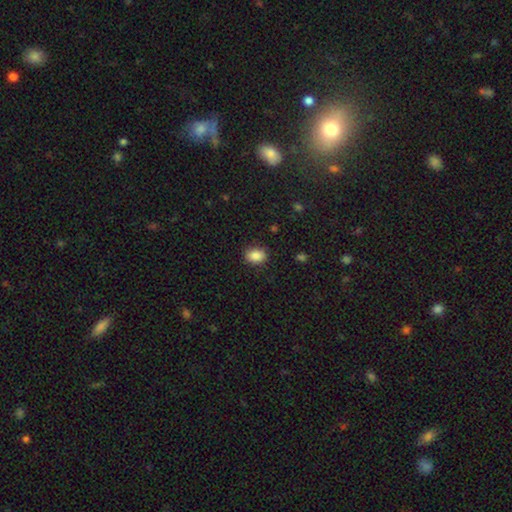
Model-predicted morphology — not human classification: The model was most divided on "how rounded": in between: 70%, round: 29%, cigar-shaped: 1%. More confident: merging — none (87%); smooth or featured — smooth (86%).